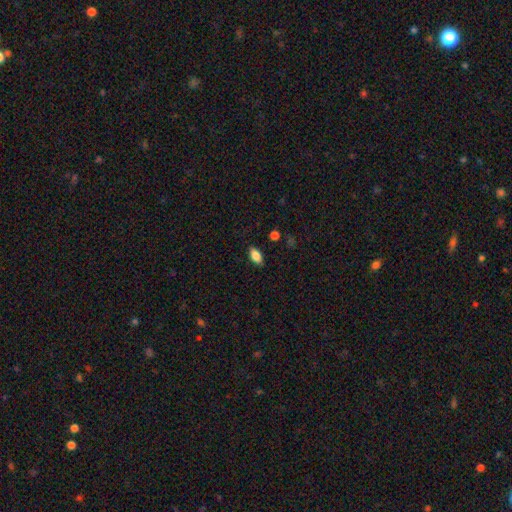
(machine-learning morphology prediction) Overall: smooth (86%). How rounded: in between (91%). Merging: none (86%).